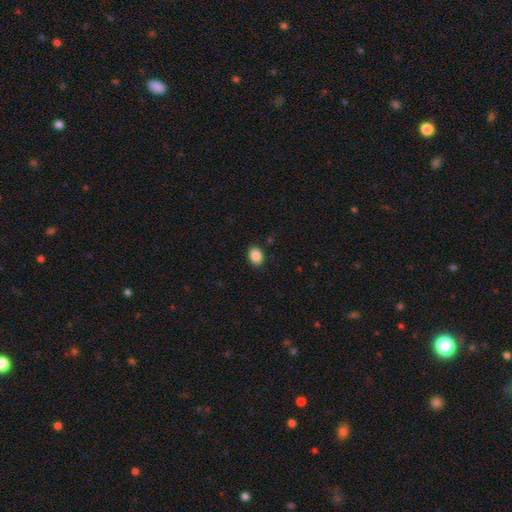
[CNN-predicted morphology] The model was most divided on "how rounded": in between: 67%, round: 32%, cigar-shaped: 1%. More confident: merging — none (89%); smooth or featured — smooth (88%).